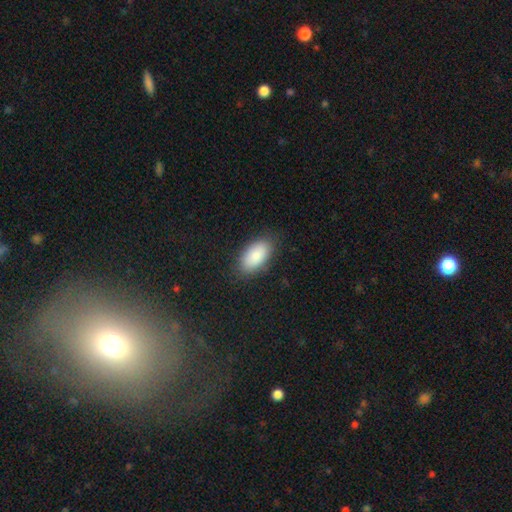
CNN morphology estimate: Overall: smooth (87%). How rounded: in between (94%). Merging: none (84%).